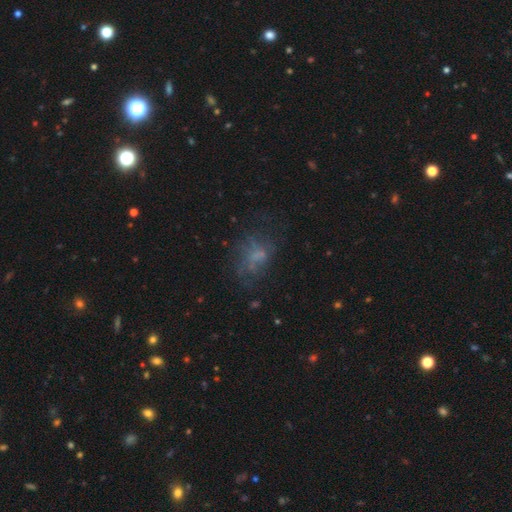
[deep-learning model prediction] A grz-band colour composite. It shows a smooth galaxy with no disk features (41%). Merging: none (46%).